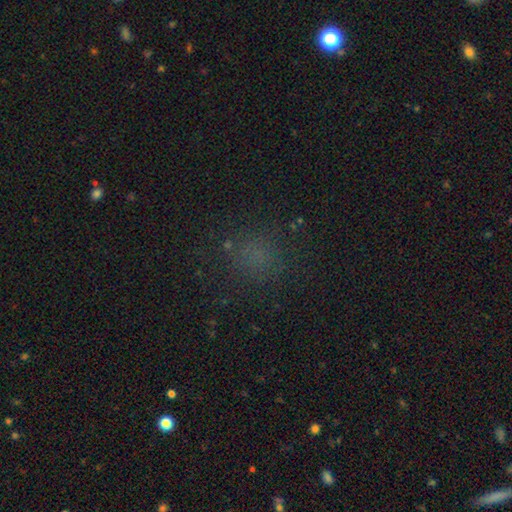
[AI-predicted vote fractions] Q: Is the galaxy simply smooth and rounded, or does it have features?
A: smooth — 61%.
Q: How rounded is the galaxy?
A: round — 79%.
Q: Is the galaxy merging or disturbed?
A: none — 81%.